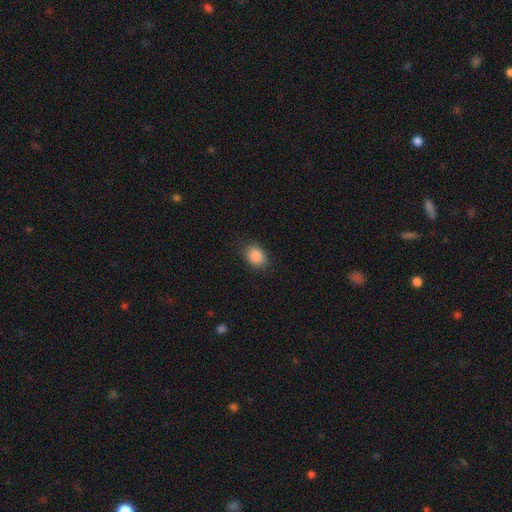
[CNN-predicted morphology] The model was most divided on "how rounded": in between: 57%, round: 42%, cigar-shaped: 1%. More confident: smooth or featured — smooth (87%); merging — none (84%).